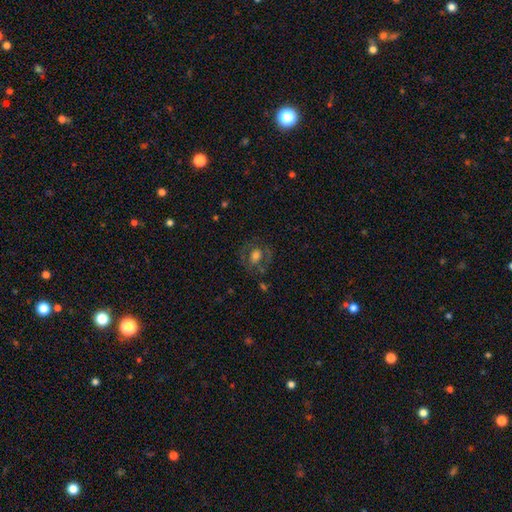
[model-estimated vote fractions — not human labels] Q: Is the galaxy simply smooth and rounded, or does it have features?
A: featured or disk — 46%.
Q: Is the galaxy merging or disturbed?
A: none — 68%.